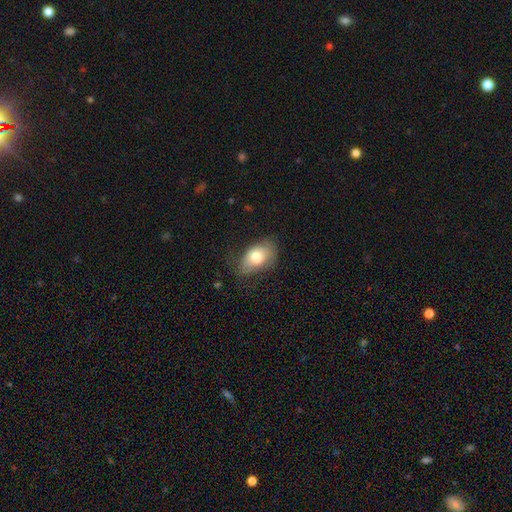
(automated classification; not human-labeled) smooth_or_featured: smooth (p=0.77) [alt: featured or disk p=0.16]
how_rounded: in between (p=0.90) [alt: round p=0.08]
merging: none (p=0.64) [alt: minor disturbance p=0.26]